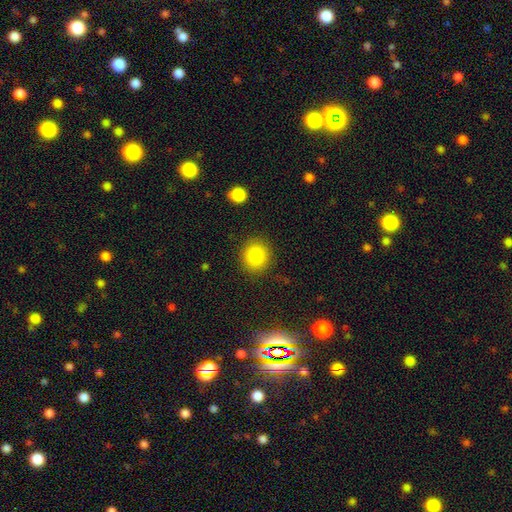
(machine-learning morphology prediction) Smooth or featured? smooth (85%)
How rounded? round (83%)
Merging? none (87%)